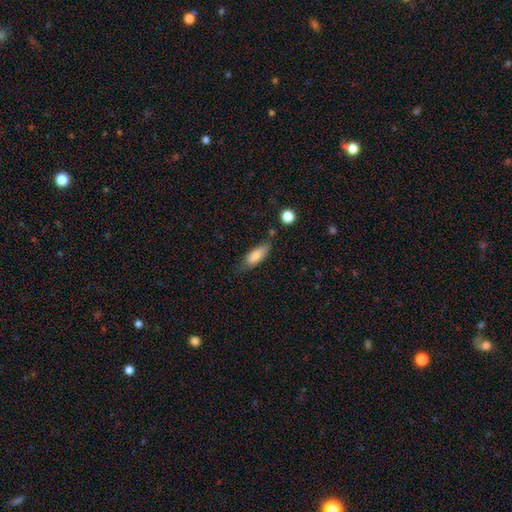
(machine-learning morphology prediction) Smooth or featured? Predicted: smooth (p=0.80). How rounded? Predicted: in between (p=0.68). Merging? Predicted: none (p=0.66).